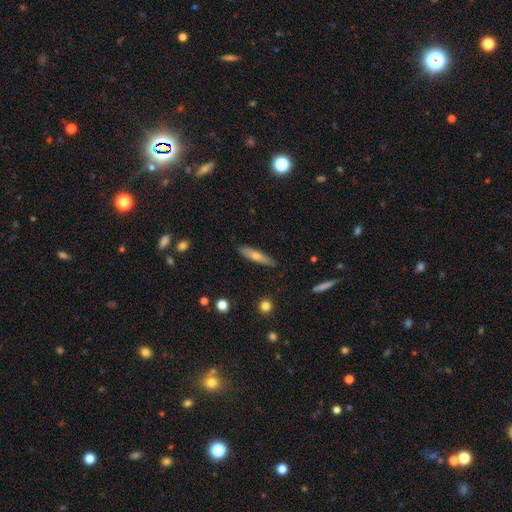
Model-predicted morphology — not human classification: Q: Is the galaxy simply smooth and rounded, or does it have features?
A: smooth — 54%.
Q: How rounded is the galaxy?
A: cigar-shaped — 80%.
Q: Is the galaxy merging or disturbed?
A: none — 86%.